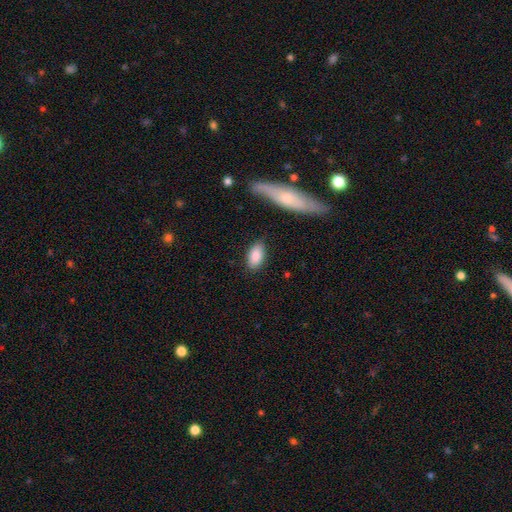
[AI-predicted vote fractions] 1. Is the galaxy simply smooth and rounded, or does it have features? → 86% smooth, 7% featured or disk, 7% star or artifact.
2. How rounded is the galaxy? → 92% in between, 5% cigar-shaped, 3% round.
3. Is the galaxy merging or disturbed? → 81% none, 13% minor disturbance, 3% major disturbance, 3% merger.